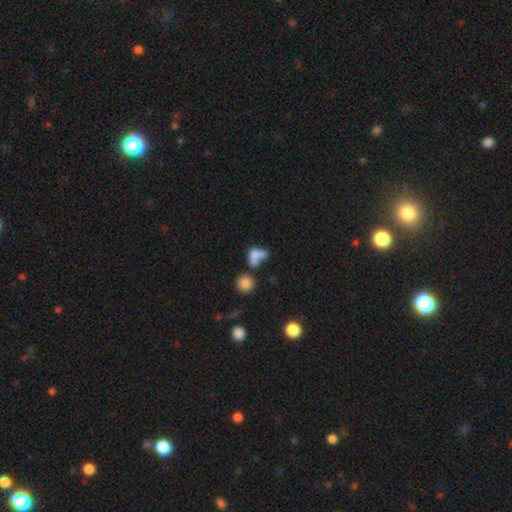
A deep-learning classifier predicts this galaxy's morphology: This is likely a smooth galaxy (67%). How rounded: possibly in between (58%). Merging: possibly merger (54%).